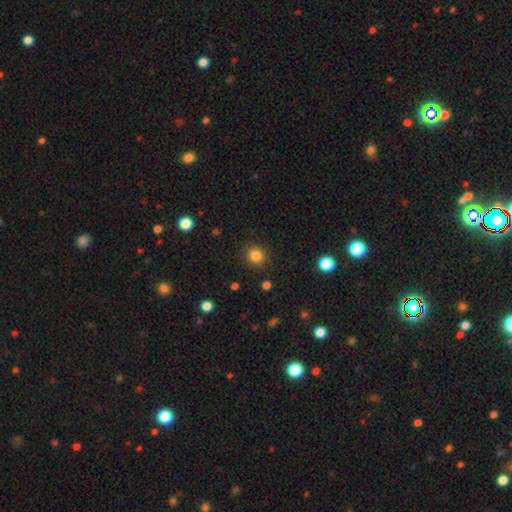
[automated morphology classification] Smooth or featured? Predicted: smooth (p=0.84). How rounded? Predicted: round (p=0.86). Merging? Predicted: none (p=0.88).